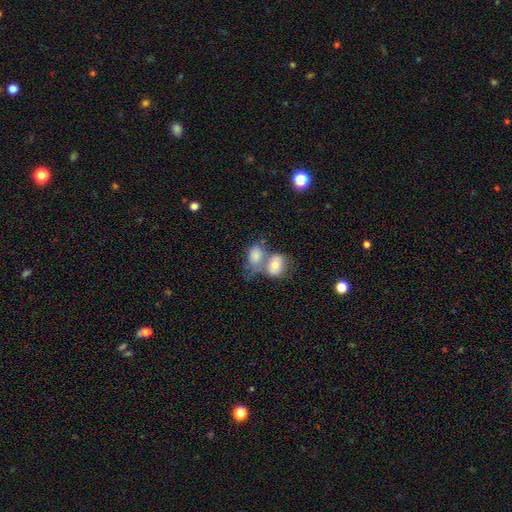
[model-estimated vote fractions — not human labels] Q: Smooth or featured?
A: smooth (74%); runner-up: featured or disk (18%)
Q: How rounded?
A: in between (77%); runner-up: round (21%)
Q: Merging?
A: merger (60%); runner-up: none (22%)